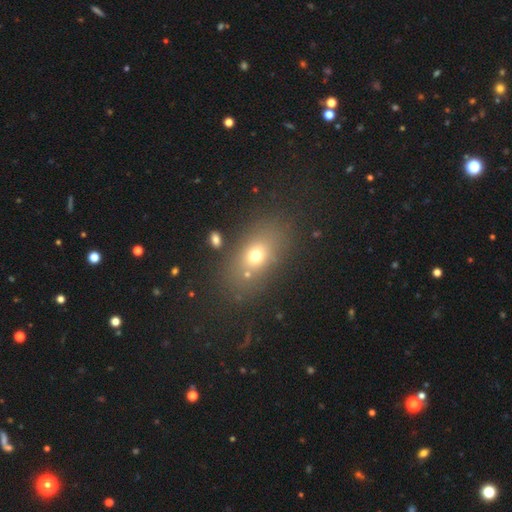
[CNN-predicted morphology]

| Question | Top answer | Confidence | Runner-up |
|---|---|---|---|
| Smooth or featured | smooth | 67% | star or artifact (16%) |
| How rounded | in between | 72% | round (25%) |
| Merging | none | 75% | minor disturbance (12%) |